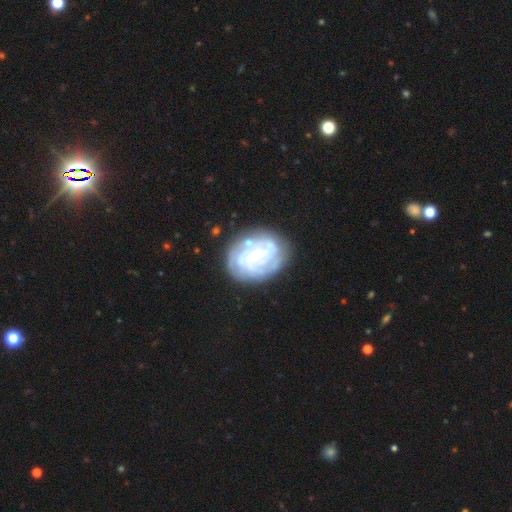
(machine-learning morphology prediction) The model was most divided on "bar": no: 45%, weak: 40%, strong: 15%. Remaining: edge-on disk — no (98%); spiral arms — yes (81%); smooth or featured — featured or disk (78%); merging — none (70%); spiral winding — tight (65%); bulge size — small (64%); spiral arm count — can't tell (47%).